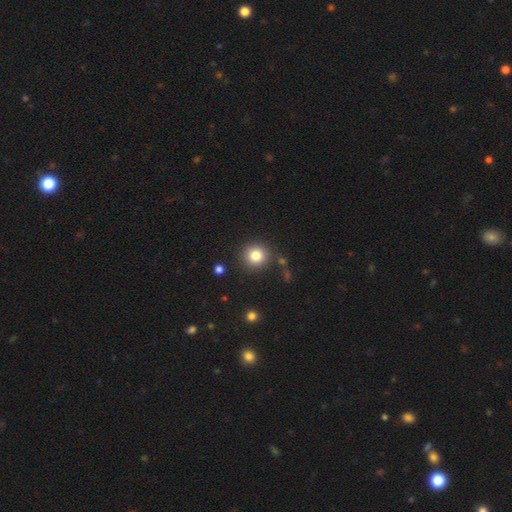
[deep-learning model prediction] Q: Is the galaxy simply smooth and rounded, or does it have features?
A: smooth — 82%.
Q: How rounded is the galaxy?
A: round — 91%.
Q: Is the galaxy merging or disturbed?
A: none — 86%.